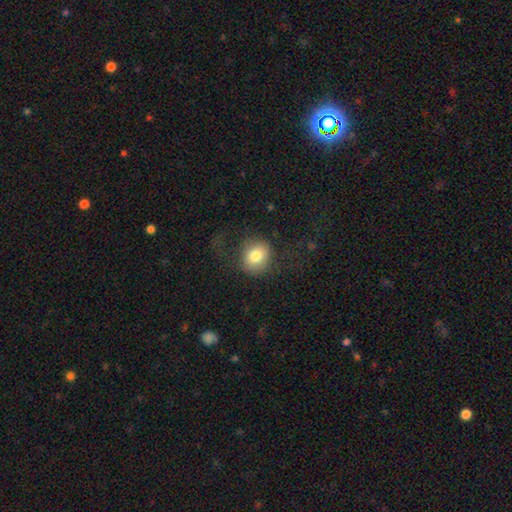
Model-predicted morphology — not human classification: smooth 77%, featured or disk 14%, star or artifact 9%. Down the decision tree: how rounded — round (76%); merging — none (65%).